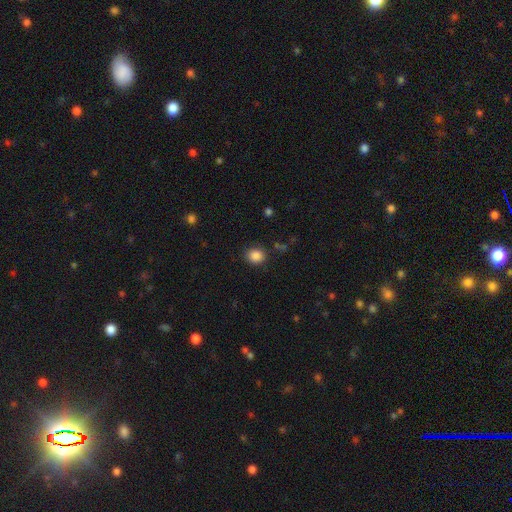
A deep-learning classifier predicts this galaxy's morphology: Smooth or featured? Predicted: smooth (p=0.87). How rounded? Predicted: round (p=0.77). Merging? Predicted: none (p=0.85).